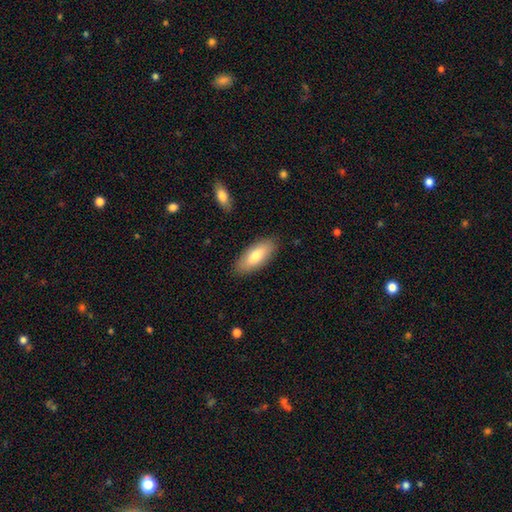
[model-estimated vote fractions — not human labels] A smooth galaxy with no disk features (77%) that is in between round and cigar-shaped (81%). Merging: none (87%).